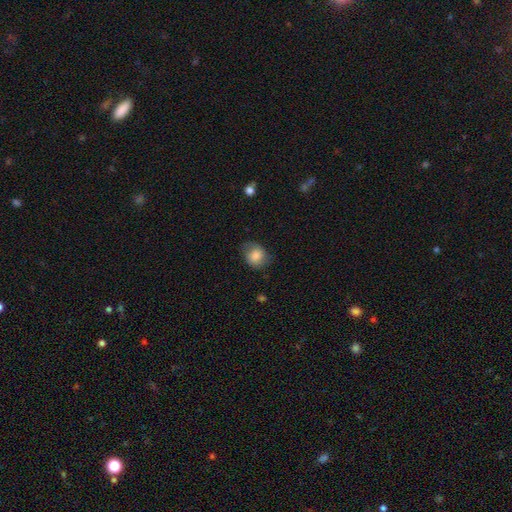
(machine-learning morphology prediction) This appears to be a smooth galaxy with no disk features (81%) that is round (63%). Merging: none (67%).